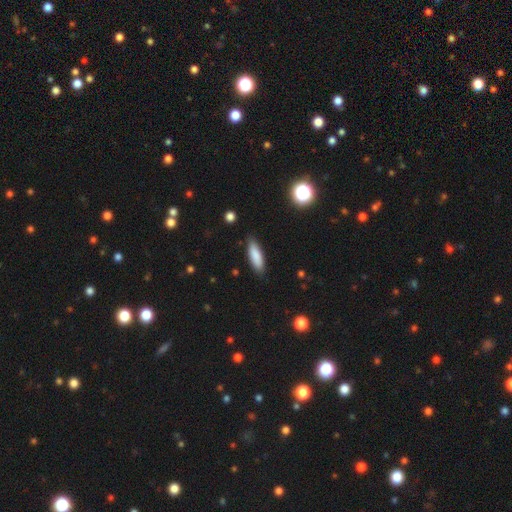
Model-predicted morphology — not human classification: smooth_or_featured: smooth (p=0.85) [alt: featured or disk p=0.09]
how_rounded: cigar-shaped (p=0.50) [alt: in between p=0.48]
merging: none (p=0.85) [alt: minor disturbance p=0.11]